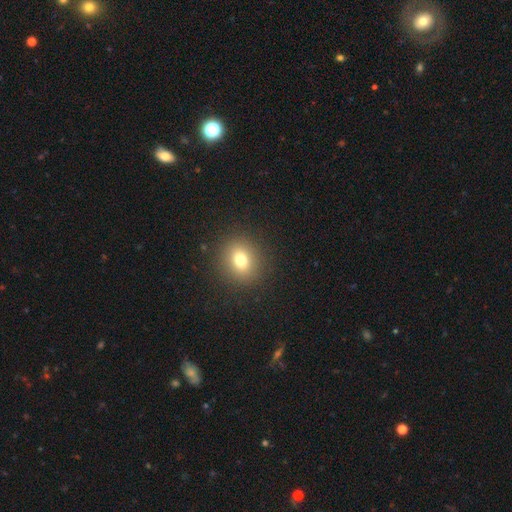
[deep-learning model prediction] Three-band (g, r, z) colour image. It shows a smooth galaxy with no disk features (69%) that is round (82%). Merging: none (92%).